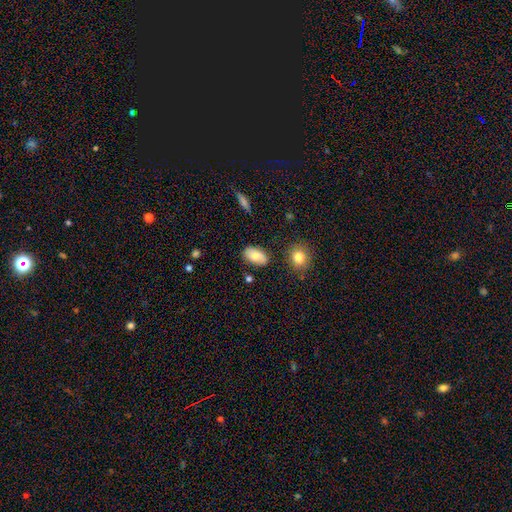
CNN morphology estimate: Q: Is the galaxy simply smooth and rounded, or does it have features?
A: smooth — 69%.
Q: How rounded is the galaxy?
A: in between — 92%.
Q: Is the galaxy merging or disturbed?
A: none — 81%.